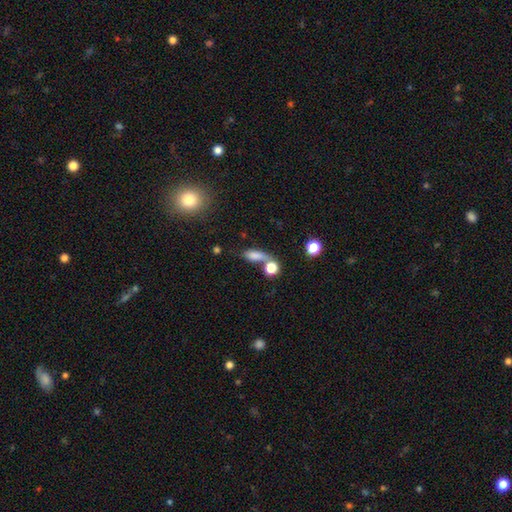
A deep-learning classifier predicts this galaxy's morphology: Overall: smooth (76%). How rounded: in between (63%; cigar-shaped 24%). Merging: none (43%; merger 33%).